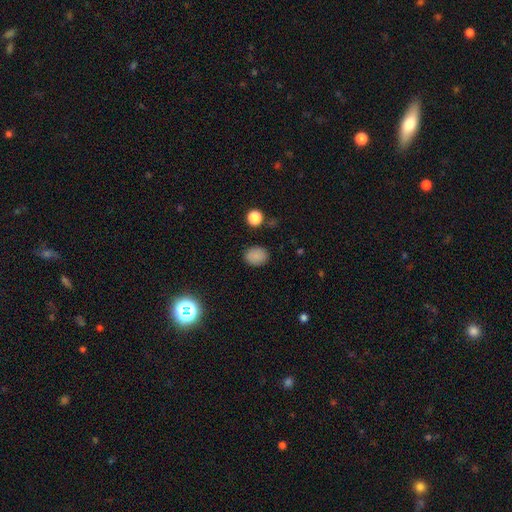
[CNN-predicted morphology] smooth 84%, star or artifact 12%, featured or disk 4%. Down the decision tree: how rounded — in between (58%); merging — none (87%).